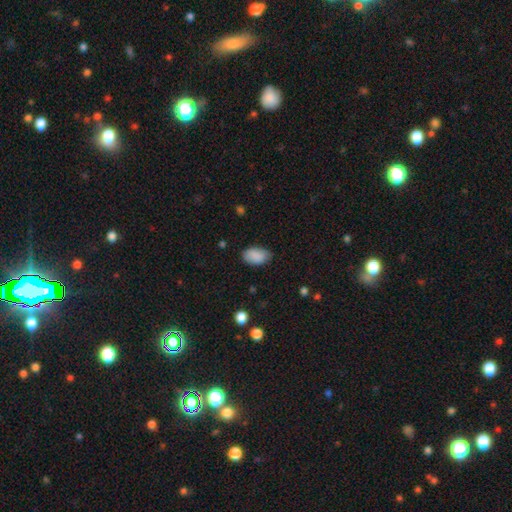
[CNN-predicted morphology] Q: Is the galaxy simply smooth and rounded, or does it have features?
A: smooth — 88%.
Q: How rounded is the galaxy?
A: in between — 92%.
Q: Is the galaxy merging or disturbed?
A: none — 75%.